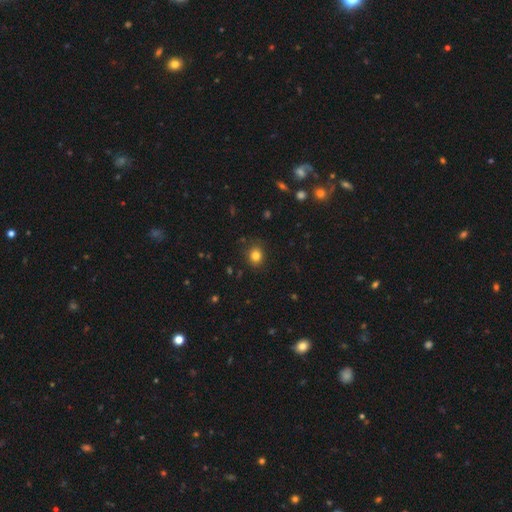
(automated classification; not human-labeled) smooth_or_featured: smooth (p=0.82) [alt: star or artifact p=0.12]
how_rounded: round (p=0.71) [alt: in between p=0.29]
merging: none (p=0.85) [alt: minor disturbance p=0.11]